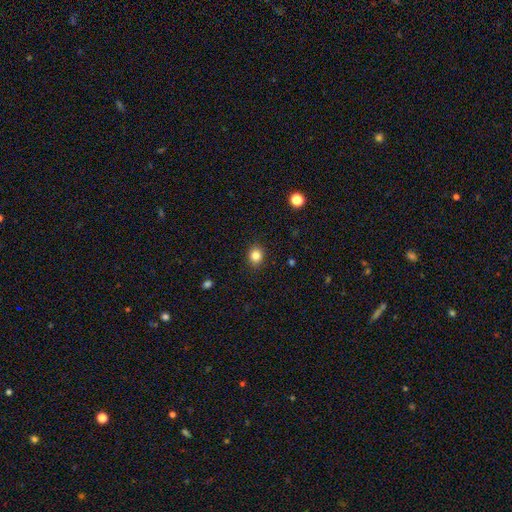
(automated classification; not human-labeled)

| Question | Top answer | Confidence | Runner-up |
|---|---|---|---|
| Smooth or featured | smooth | 84% | star or artifact (11%) |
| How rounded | round | 69% | in between (30%) |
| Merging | none | 89% | minor disturbance (7%) |